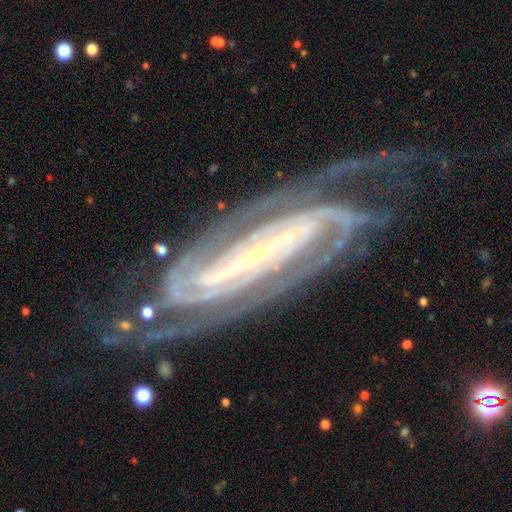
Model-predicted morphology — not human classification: This is clearly a featured or disk galaxy (92%). It is clearly not viewed edge-on (92%). Bar: likely strong (63%). Spiral arm pattern: clearly yes (98%). Spiral arm count: marginally 2 (43%). Spiral winding: likely tight (67%). Central bulge: clearly small (83%). Merging: likely none (72%).